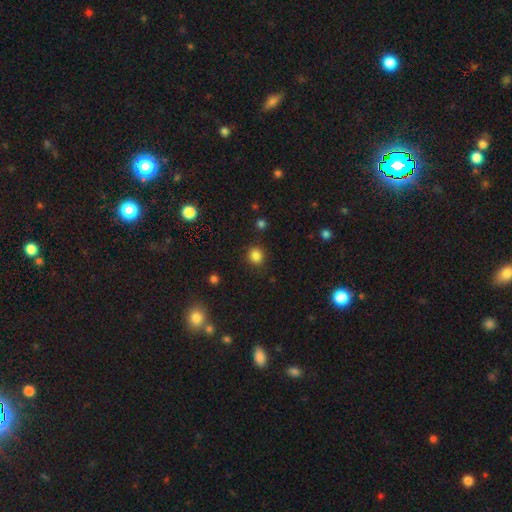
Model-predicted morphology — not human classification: Overall: smooth (85%). How rounded: round (80%). Merging: none (88%).